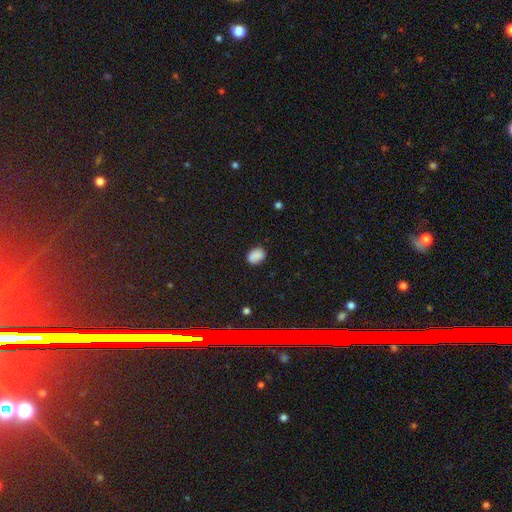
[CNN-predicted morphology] Smooth or featured? smooth (85%)
How rounded? in between (69%)
Merging? none (84%)